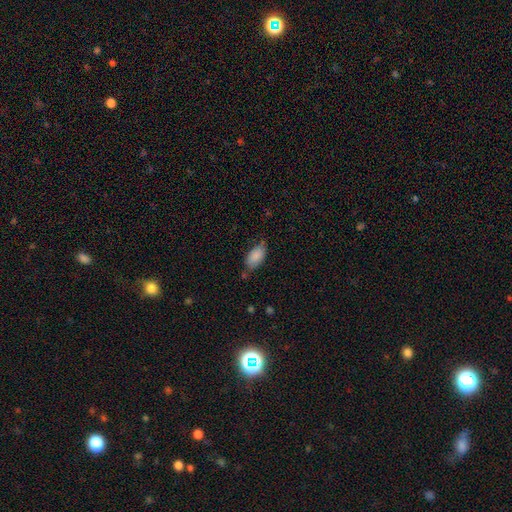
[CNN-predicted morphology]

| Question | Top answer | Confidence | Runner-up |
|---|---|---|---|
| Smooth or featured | smooth | 87% | star or artifact (7%) |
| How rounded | in between | 93% | cigar-shaped (4%) |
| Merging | none | 65% | minor disturbance (26%) |